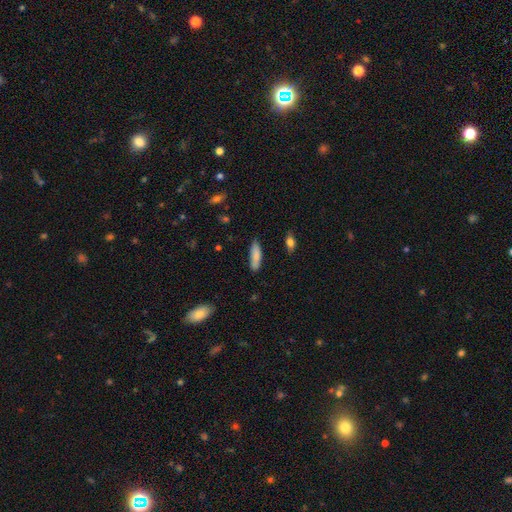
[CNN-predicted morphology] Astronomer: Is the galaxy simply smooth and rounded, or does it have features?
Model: smooth — 84%.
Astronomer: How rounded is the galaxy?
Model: cigar-shaped — 60% (runner-up: in between, 38%).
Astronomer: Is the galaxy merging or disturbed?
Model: none — 80%.